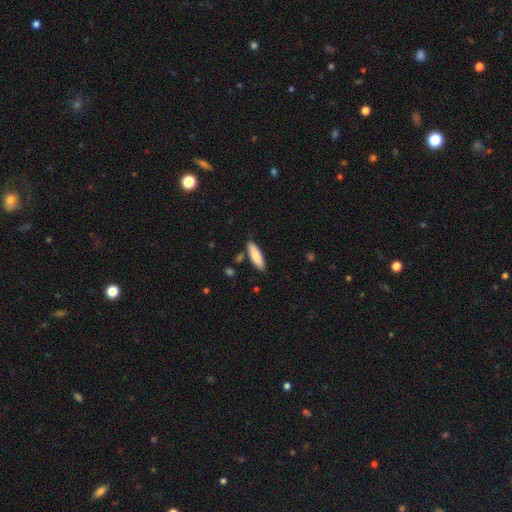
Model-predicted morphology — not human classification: Smooth or featured? Predicted: smooth (p=0.85). How rounded? Predicted: cigar-shaped (p=0.52). Merging? Predicted: none (p=0.84).